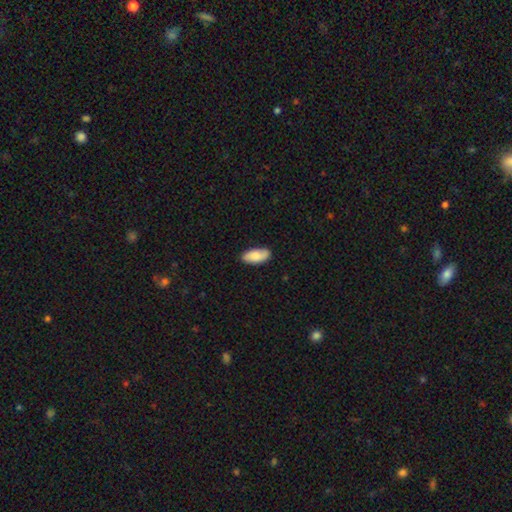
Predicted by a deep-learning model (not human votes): smooth_or_featured: smooth (p=0.81) [alt: featured or disk p=0.13]
how_rounded: in between (p=0.89) [alt: cigar-shaped p=0.09]
merging: none (p=0.82) [alt: minor disturbance p=0.14]